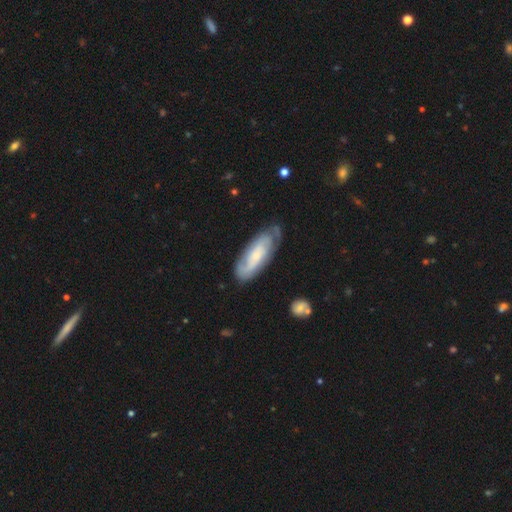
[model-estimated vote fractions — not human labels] This appears to be a featured or disk galaxy (63%) with no bar (58%), spiral arms (88%) and a small central bulge (56%). Merging: none (68%).